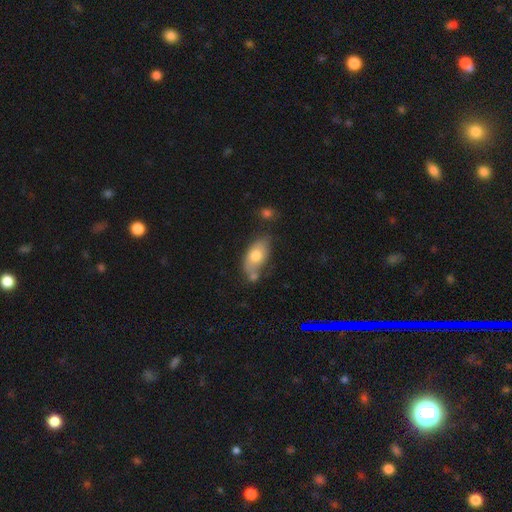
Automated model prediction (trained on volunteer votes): Smooth or featured? Predicted: smooth (p=0.70). How rounded? Predicted: in between (p=0.90). Merging? Predicted: none (p=0.47).